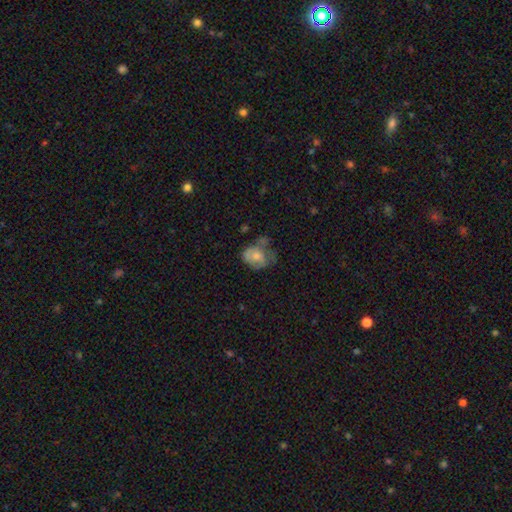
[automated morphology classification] Q: Smooth or featured?
A: smooth (61%); runner-up: featured or disk (31%)
Q: How rounded?
A: in between (58%); runner-up: round (41%)
Q: Merging?
A: minor disturbance (34%); runner-up: none (29%)